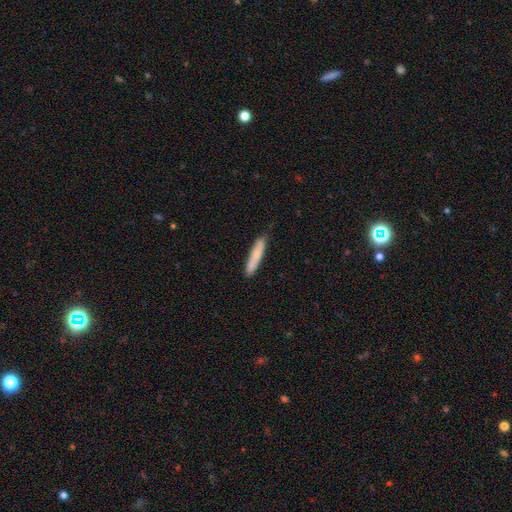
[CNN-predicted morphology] A smooth galaxy with no disk features (76%) that is cigar-shaped (91%).

Vote fractions:
- Smooth or featured? smooth: 76% / featured or disk: 18% / star or artifact: 6%
- How rounded? cigar-shaped: 91% / in between: 8% / round: 1%
- Merging? none: 85% / minor disturbance: 12% / major disturbance: 2% / merger: 1%